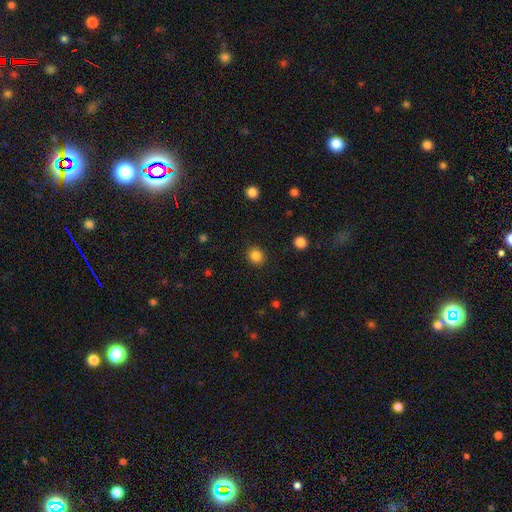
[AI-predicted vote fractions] The model was most divided on "how rounded": round: 79%, in between: 20%, cigar-shaped: 1%. More confident: merging — none (90%); smooth or featured — smooth (85%).